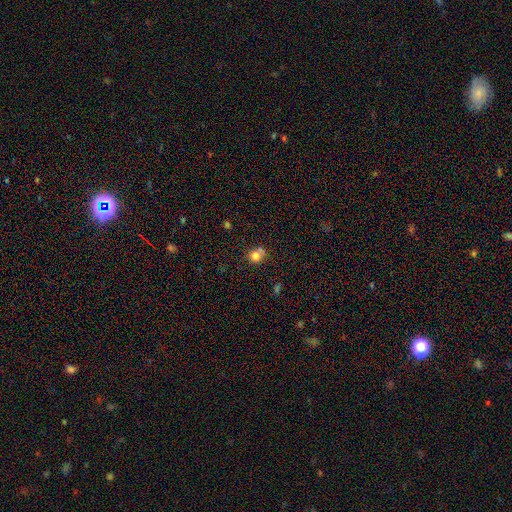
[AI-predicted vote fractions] A smooth galaxy with no disk features (79%) that is round (84%). Merging: none (57%).